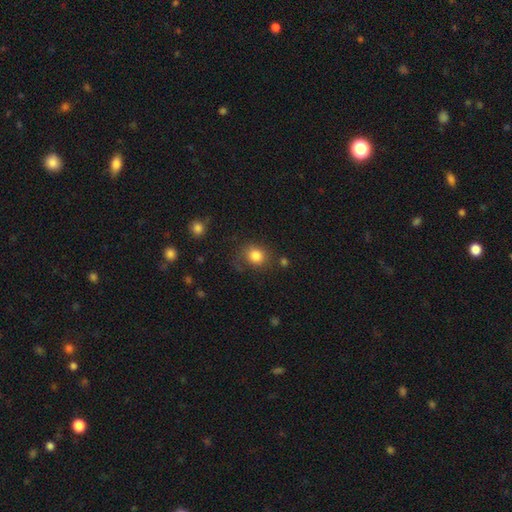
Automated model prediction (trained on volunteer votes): smooth-or-featured: smooth: 83% | star or artifact: 10% | featured or disk: 7%
  how-rounded: round: 73% | in between: 26% | cigar-shaped: 1%
  merging: none: 69% | minor disturbance: 19% | major disturbance: 8% | merger: 4%